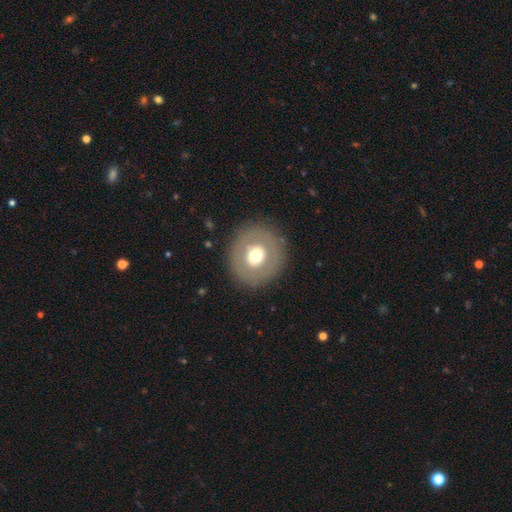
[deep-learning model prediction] smooth-or-featured: smooth: 57% | featured or disk: 35% | star or artifact: 8%
  how-rounded: round: 90% | in between: 10% | cigar-shaped: 1%
  merging: none: 87% | minor disturbance: 8% | major disturbance: 4% | merger: 1%